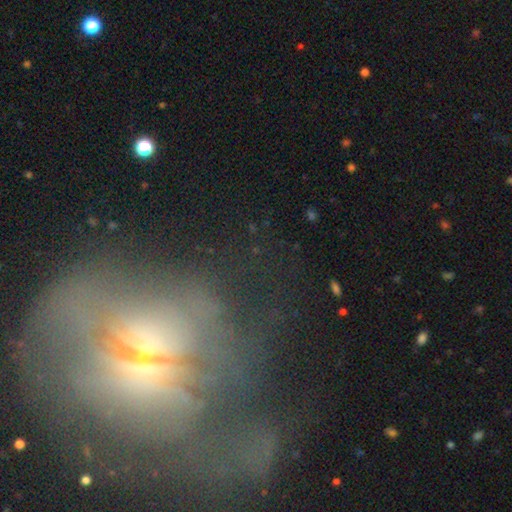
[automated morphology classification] smooth-or-featured: featured or disk: 45% | star or artifact: 32% | smooth: 23%
  merging: none: 44% | major disturbance: 29% | minor disturbance: 16% | merger: 12%